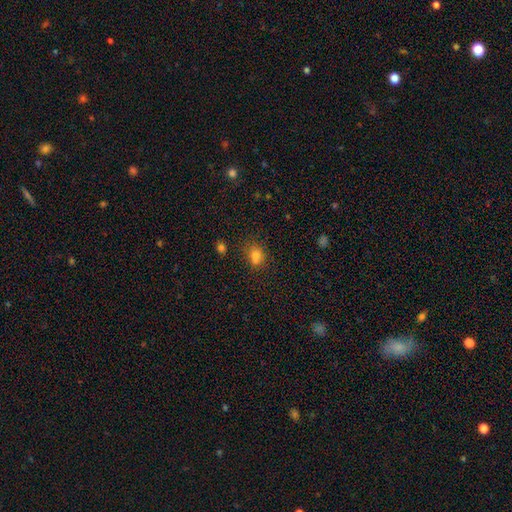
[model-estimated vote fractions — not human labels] Q: Smooth or featured?
A: smooth (73%); runner-up: star or artifact (18%)
Q: How rounded?
A: in between (59%); runner-up: round (38%)
Q: Merging?
A: none (57%); runner-up: minor disturbance (19%)